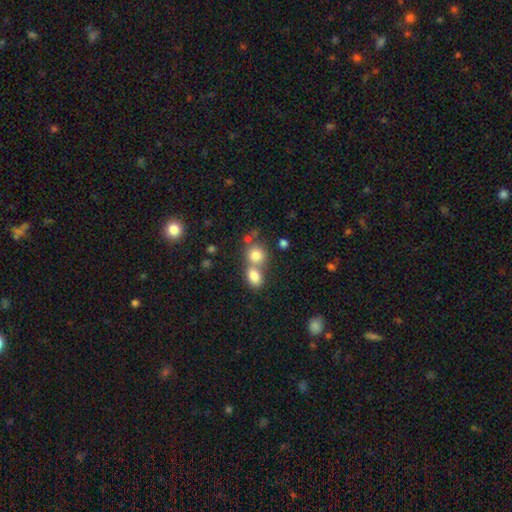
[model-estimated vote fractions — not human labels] A smooth galaxy with no disk features (79%) that is round (72%).

Vote fractions:
- Smooth or featured? smooth: 79% / star or artifact: 11% / featured or disk: 10%
- How rounded? round: 72% / in between: 27% / cigar-shaped: 1%
- Merging? merger: 52% / none: 37% / minor disturbance: 8% / major disturbance: 4%